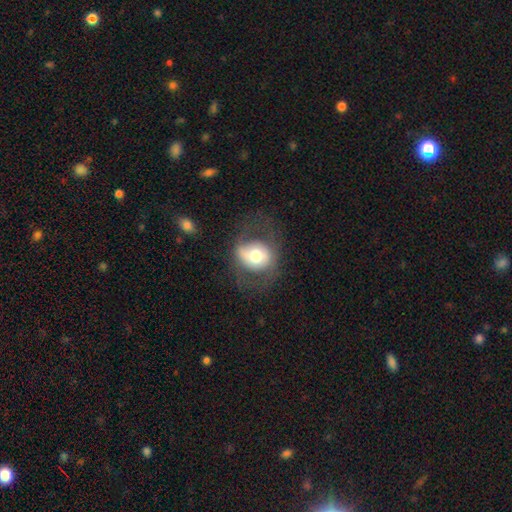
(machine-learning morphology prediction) smooth-or-featured: smooth: 53% | featured or disk: 39% | star or artifact: 8%
  how-rounded: round: 63% | in between: 36% | cigar-shaped: 1%
  merging: none: 57% | major disturbance: 21% | minor disturbance: 20% | merger: 2%